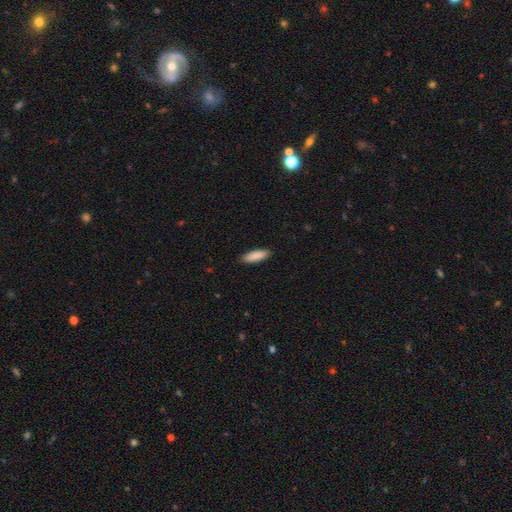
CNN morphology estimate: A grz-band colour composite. It shows a smooth galaxy with no disk features (89%) that is in between round and cigar-shaped (60%). Merging: none (90%).